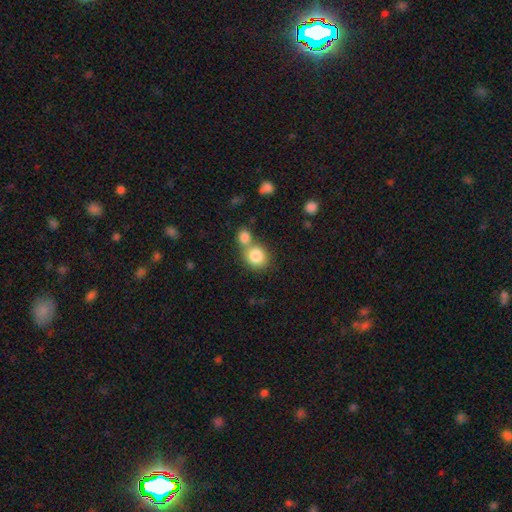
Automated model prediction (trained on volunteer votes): A smooth galaxy with no disk features (83%) that is round (78%).

Vote fractions:
- Smooth or featured? smooth: 83% / star or artifact: 9% / featured or disk: 9%
- How rounded? round: 78% / in between: 21% / cigar-shaped: 1%
- Merging? merger: 48% / none: 41% / minor disturbance: 8% / major disturbance: 3%